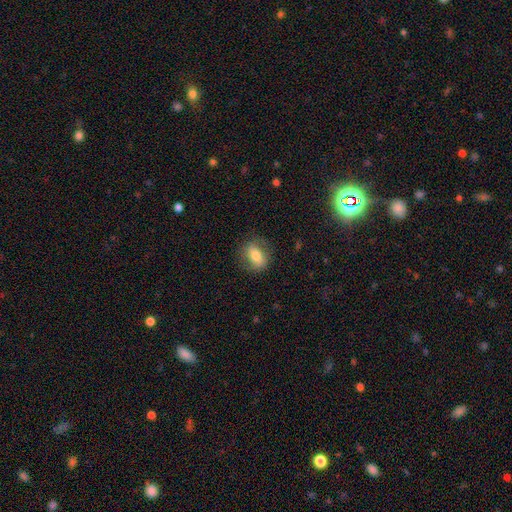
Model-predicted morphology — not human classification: A smooth galaxy with no disk features (69%) that is in between round and cigar-shaped (71%).

Vote fractions:
- Smooth or featured? smooth: 69% / featured or disk: 23% / star or artifact: 8%
- How rounded? in between: 71% / round: 25% / cigar-shaped: 5%
- Merging? none: 80% / minor disturbance: 14% / major disturbance: 5% / merger: 1%